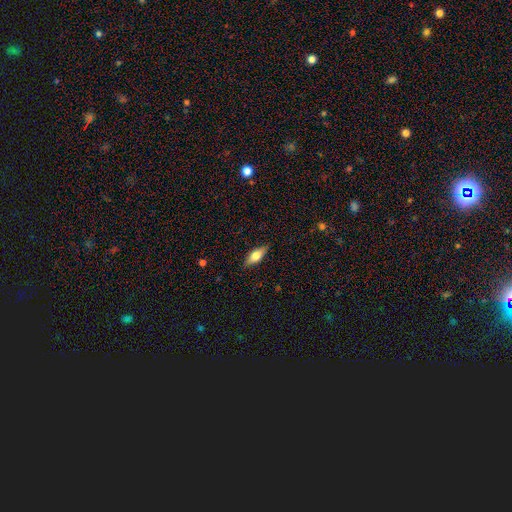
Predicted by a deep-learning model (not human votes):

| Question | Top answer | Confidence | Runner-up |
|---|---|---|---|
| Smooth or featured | smooth | 65% | featured or disk (28%) |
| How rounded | in between | 74% | cigar-shaped (23%) |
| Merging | none | 86% | minor disturbance (11%) |